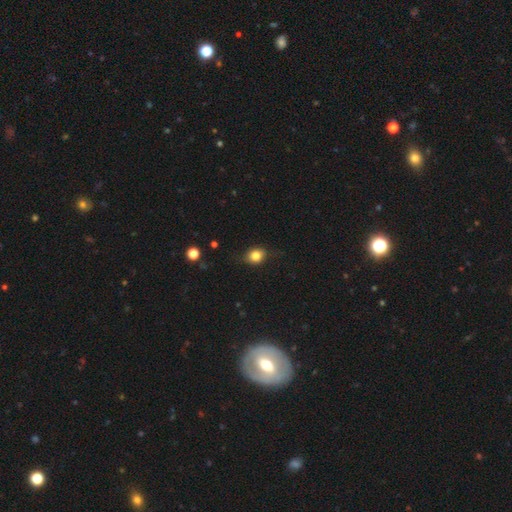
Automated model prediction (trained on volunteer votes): Overall: smooth (80%). How rounded: round (58%; in between 41%). Merging: none (77%).